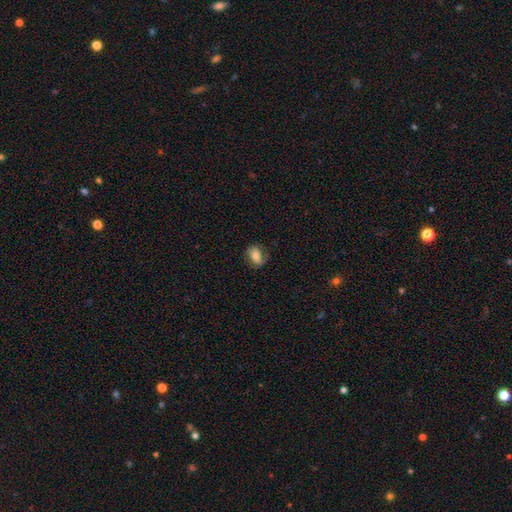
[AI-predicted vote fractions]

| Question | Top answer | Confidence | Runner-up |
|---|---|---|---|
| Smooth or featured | smooth | 65% | featured or disk (27%) |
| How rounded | in between | 71% | round (28%) |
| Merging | none | 70% | minor disturbance (21%) |